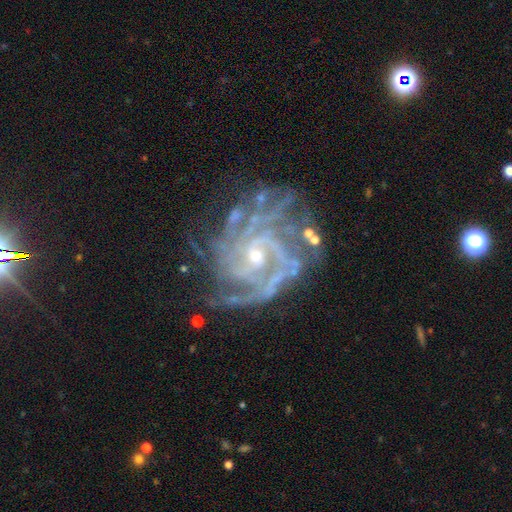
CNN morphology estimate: The model was most divided on "spiral arm count": 4: 24%, can't tell: 20%, 3: 19%, more than 4: 17%, 2: 13%, 1: 8%. More confident: spiral arms — yes (98%); edge-on disk — no (98%); smooth or featured — featured or disk (91%); merging — none (64%); spiral winding — tight (64%); bulge size — small (61%); bar — no (55%).